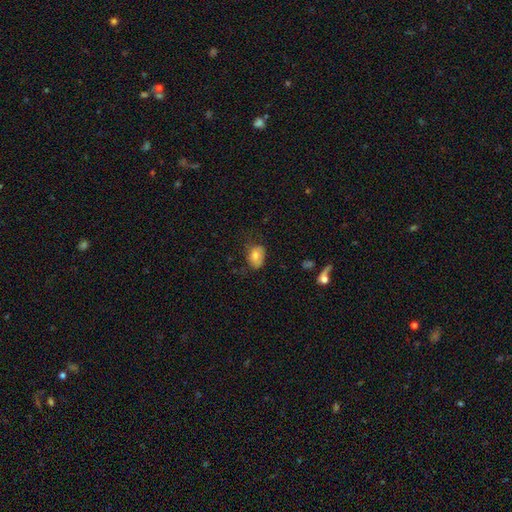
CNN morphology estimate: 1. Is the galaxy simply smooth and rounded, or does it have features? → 78% smooth, 13% featured or disk, 8% star or artifact.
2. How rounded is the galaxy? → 78% in between, 21% round, 1% cigar-shaped.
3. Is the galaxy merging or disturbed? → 52% none, 31% minor disturbance, 14% major disturbance, 2% merger.